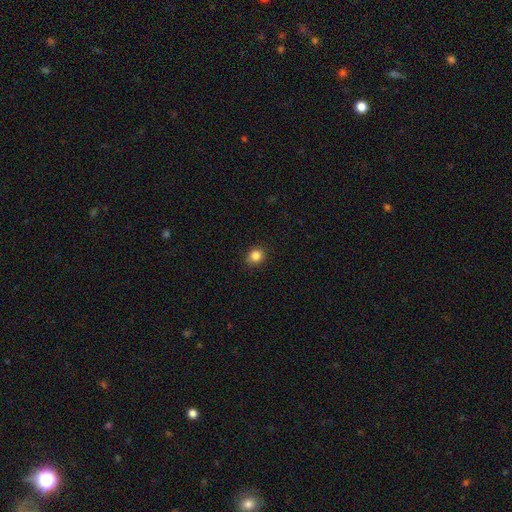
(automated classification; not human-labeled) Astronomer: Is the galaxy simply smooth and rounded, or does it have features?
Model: smooth — 84%.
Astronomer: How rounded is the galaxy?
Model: round — 77%.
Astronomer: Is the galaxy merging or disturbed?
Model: none — 87%.